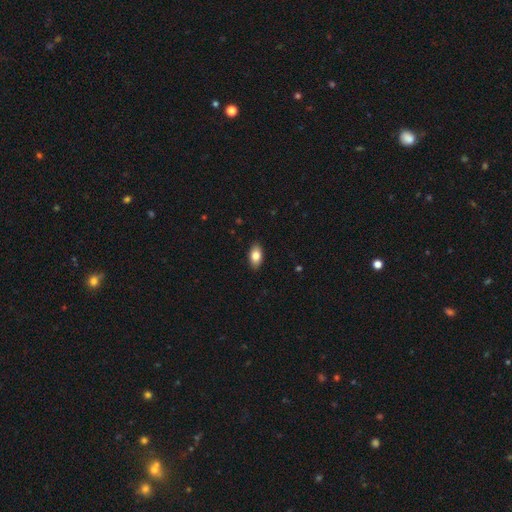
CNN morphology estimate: This appears to be a smooth galaxy with no disk features (82%) that is in between round and cigar-shaped (92%). Merging: none (89%).